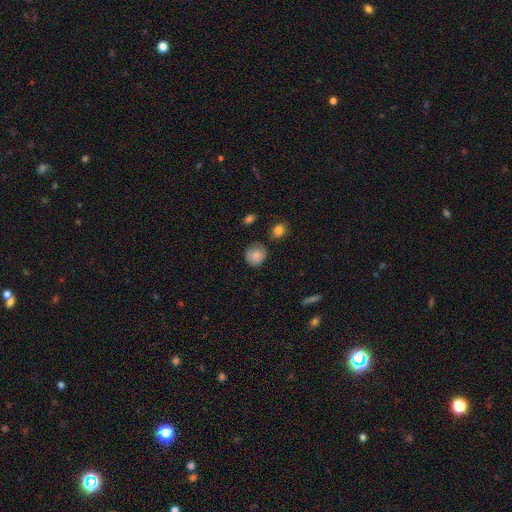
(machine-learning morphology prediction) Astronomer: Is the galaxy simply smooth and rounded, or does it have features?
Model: smooth — 83%.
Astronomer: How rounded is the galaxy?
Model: round — 84%.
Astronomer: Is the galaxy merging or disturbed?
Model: none — 72%.